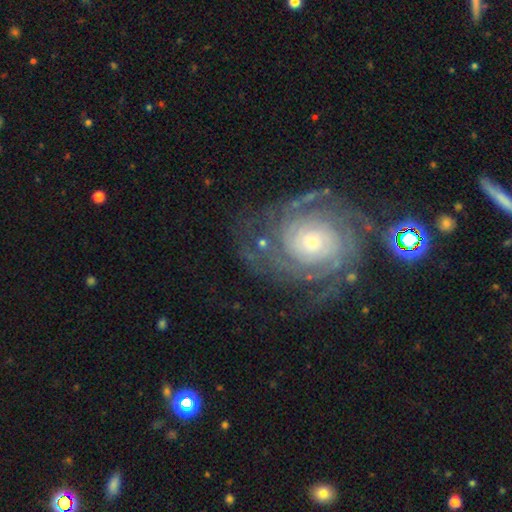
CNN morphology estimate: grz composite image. It shows a featured or disk galaxy (86%) with no bar (74%), tight (72%) spiral arms (96%) and a small central bulge (51%). Merging: none (75%).